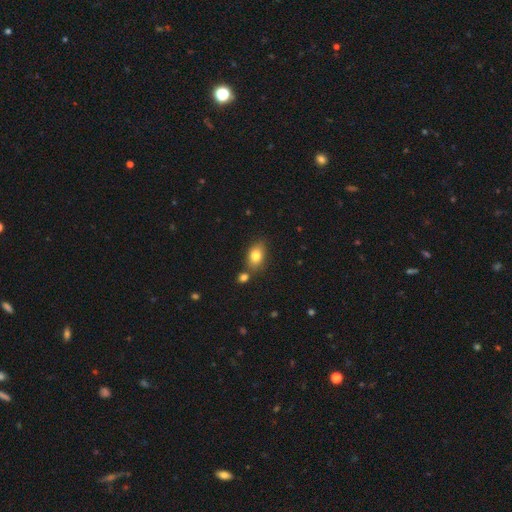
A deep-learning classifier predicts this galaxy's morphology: Overall: smooth (80%). How rounded: in between (81%). Merging: none (69%).